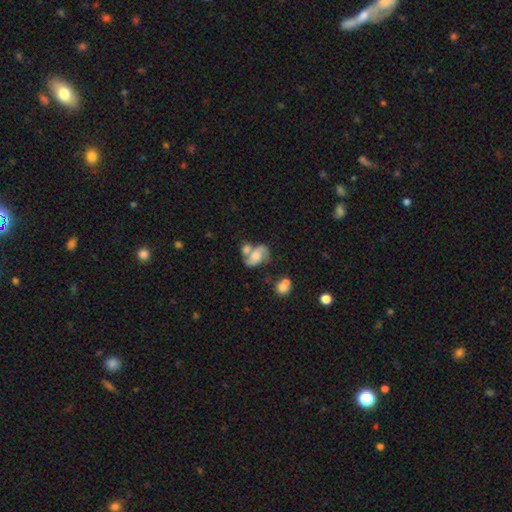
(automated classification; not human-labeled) Smooth or featured: featured or disk — 53% (smooth — 38%)
Edge-on disk: no — 97% (yes — 3%)
Bar: no — 68% (weak — 26%)
Spiral arms: yes — 77% (no — 23%)
Bulge size: moderate — 28% (none — 26%)
Merging: merger — 42% (none — 30%)